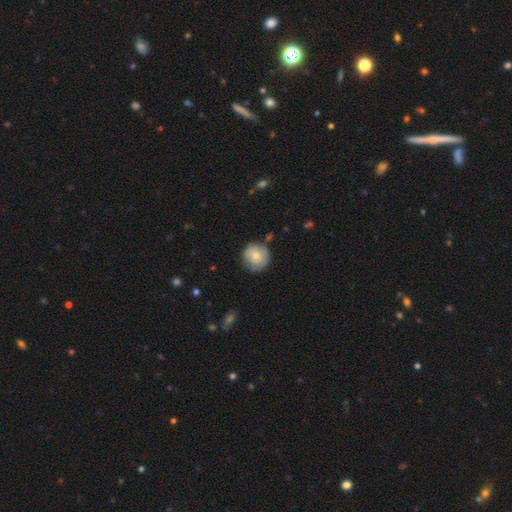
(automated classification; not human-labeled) Overall: smooth (73%). How rounded: round (93%). Merging: none (76%).